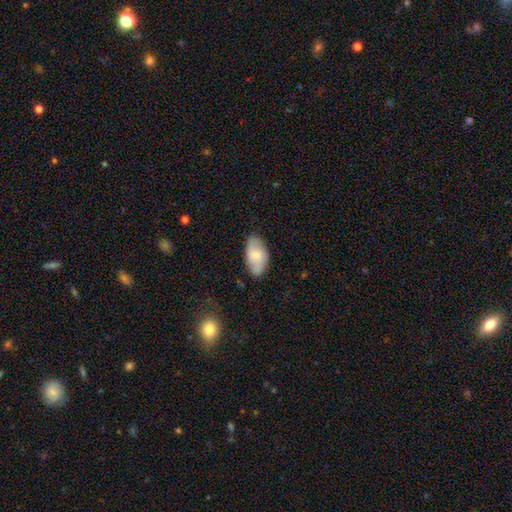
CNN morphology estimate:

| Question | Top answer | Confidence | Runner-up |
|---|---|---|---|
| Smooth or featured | smooth | 61% | featured or disk (33%) |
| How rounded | in between | 94% | round (3%) |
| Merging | none | 77% | minor disturbance (18%) |